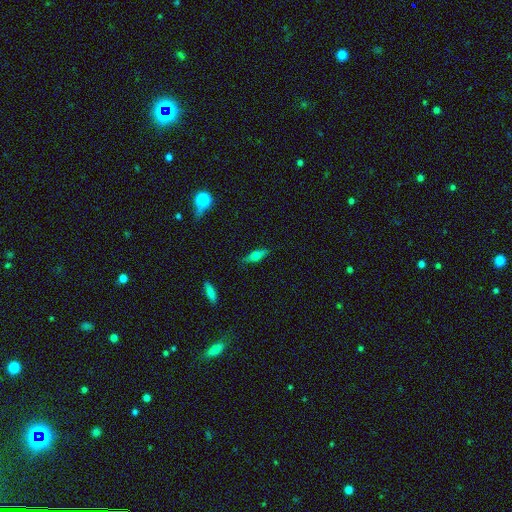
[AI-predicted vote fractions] smooth-or-featured: smooth: 52% | featured or disk: 40% | star or artifact: 8%
  how-rounded: cigar-shaped: 50% | in between: 46% | round: 4%
  merging: none: 85% | minor disturbance: 12% | major disturbance: 3% | merger: 1%